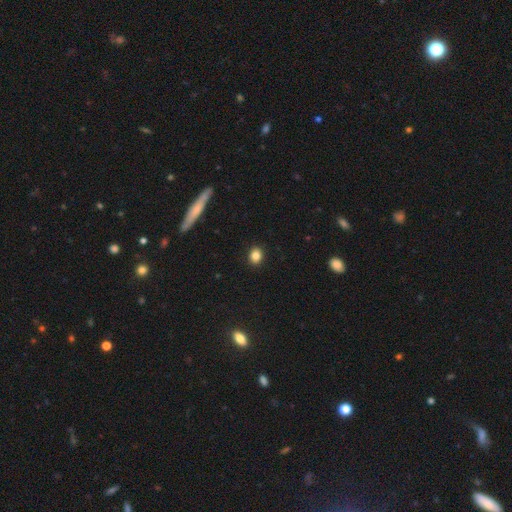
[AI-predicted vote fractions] Smooth or featured? smooth (84%)
How rounded? round (61%)
Merging? none (91%)